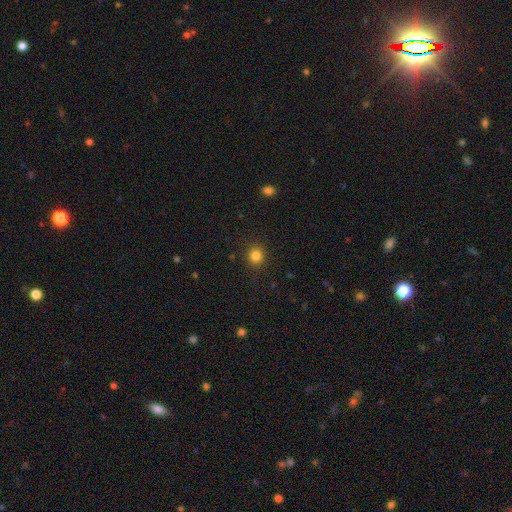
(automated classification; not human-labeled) Smooth or featured? smooth (83%)
How rounded? round (89%)
Merging? none (90%)